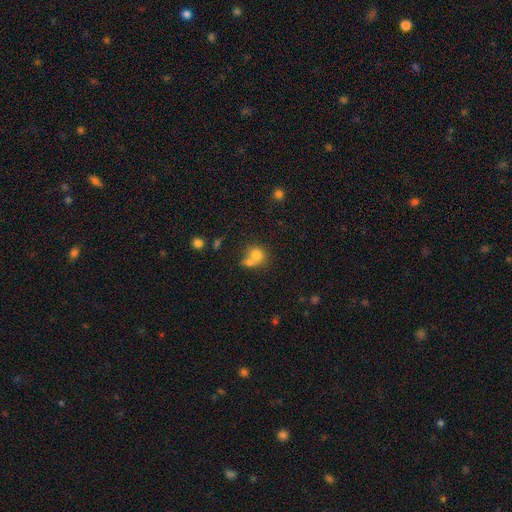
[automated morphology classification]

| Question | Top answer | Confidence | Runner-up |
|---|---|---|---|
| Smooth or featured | smooth | 75% | featured or disk (15%) |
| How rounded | round | 68% | in between (31%) |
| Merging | merger | 53% | none (33%) |